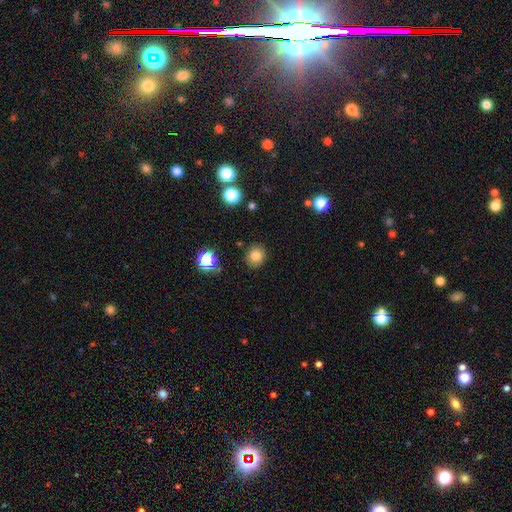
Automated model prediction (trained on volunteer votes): A smooth galaxy with no disk features (80%) that is round (85%). Merging: none (88%).